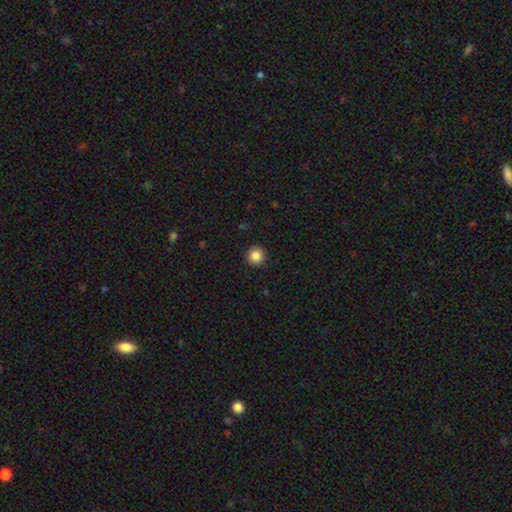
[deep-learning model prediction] smooth-or-featured: smooth: 87% | star or artifact: 10% | featured or disk: 3%
  how-rounded: round: 95% | in between: 4% | cigar-shaped: 1%
  merging: none: 93% | minor disturbance: 5% | major disturbance: 2% | merger: 1%